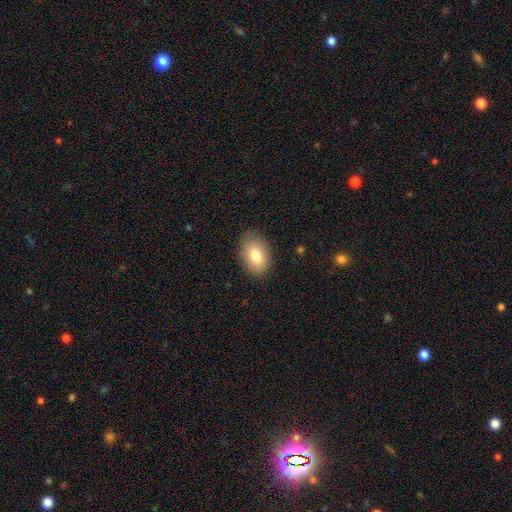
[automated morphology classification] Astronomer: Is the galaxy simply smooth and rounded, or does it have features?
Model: smooth — 82%.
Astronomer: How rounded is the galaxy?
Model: in between — 91%.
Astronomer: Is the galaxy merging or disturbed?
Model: none — 86%.